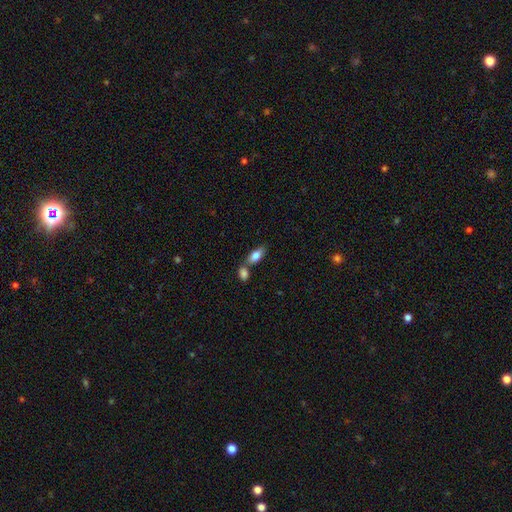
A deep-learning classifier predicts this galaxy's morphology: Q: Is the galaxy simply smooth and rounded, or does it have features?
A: smooth — 79%.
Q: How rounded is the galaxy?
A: in between — 84%.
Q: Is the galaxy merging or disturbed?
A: none — 54%.